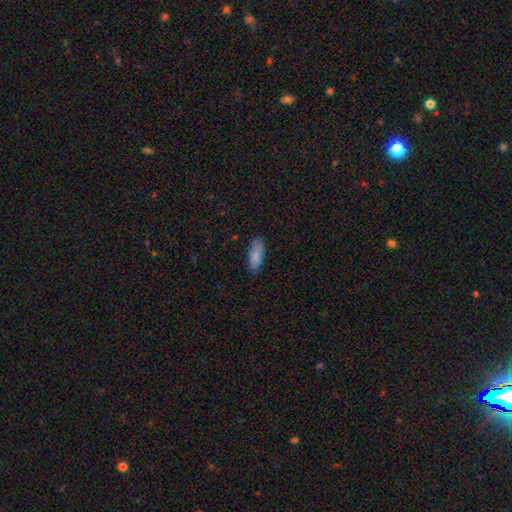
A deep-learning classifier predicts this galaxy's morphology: smooth-or-featured: smooth: 85% | featured or disk: 8% | star or artifact: 7%
  how-rounded: in between: 77% | cigar-shaped: 21% | round: 2%
  merging: none: 79% | minor disturbance: 17% | major disturbance: 3% | merger: 1%